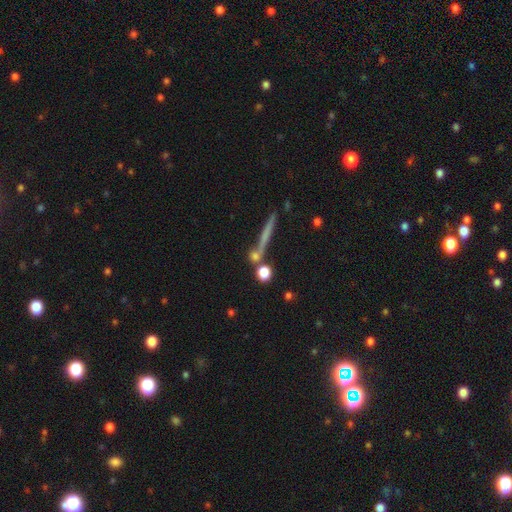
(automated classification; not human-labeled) A featured or disk galaxy (44%). Merging: none (69%).